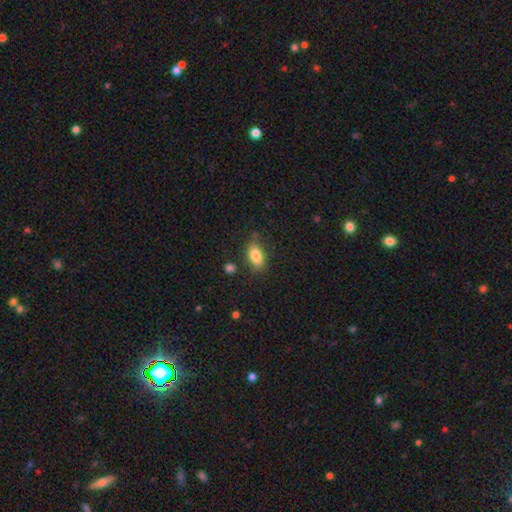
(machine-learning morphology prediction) Smooth or featured? Predicted: smooth (p=0.83). How rounded? Predicted: in between (p=0.88). Merging? Predicted: none (p=0.75).